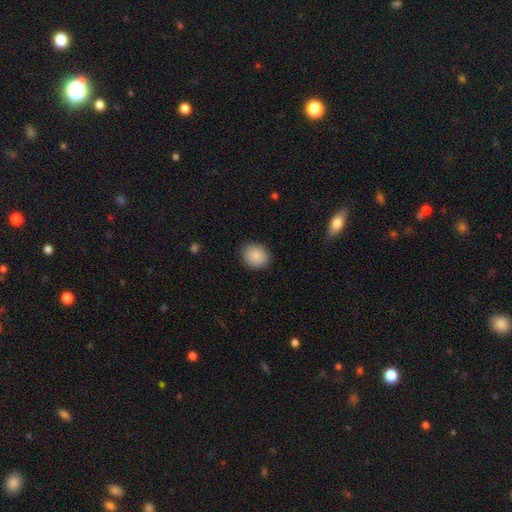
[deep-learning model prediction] Morphology: type=smooth (88%); roundness=round (61%); merging=none (88%).